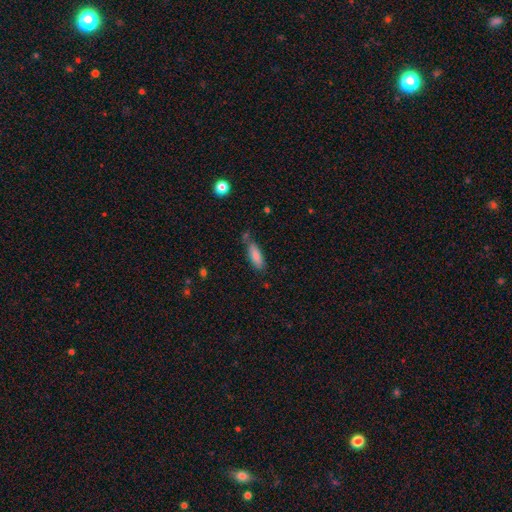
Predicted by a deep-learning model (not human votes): smooth-or-featured: smooth: 82% | featured or disk: 11% | star or artifact: 7%
  how-rounded: in between: 60% | cigar-shaped: 38% | round: 2%
  merging: none: 63% | minor disturbance: 23% | merger: 9% | major disturbance: 5%